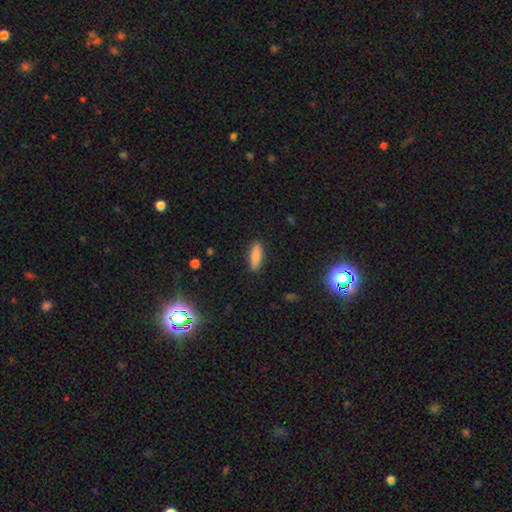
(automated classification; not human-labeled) Q: Smooth or featured?
A: smooth (85%); runner-up: star or artifact (7%)
Q: How rounded?
A: in between (50%); runner-up: cigar-shaped (48%)
Q: Merging?
A: none (88%); runner-up: minor disturbance (9%)